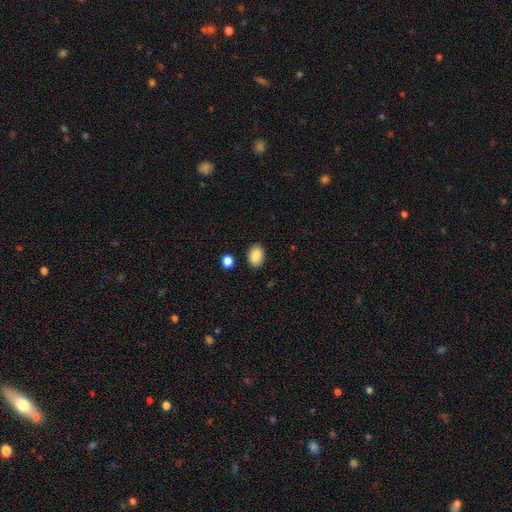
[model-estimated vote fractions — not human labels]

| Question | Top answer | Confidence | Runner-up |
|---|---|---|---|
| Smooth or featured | smooth | 86% | star or artifact (8%) |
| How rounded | in between | 79% | round (20%) |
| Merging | none | 87% | minor disturbance (8%) |